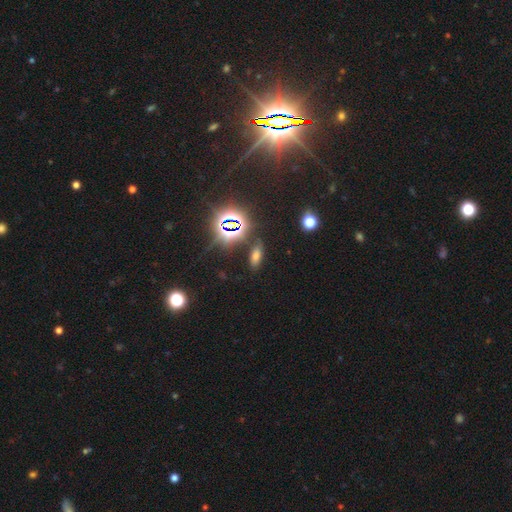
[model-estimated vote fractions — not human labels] This is possibly a smooth galaxy (52%). How rounded: likely in between (76%). Merging: clearly none (82%).